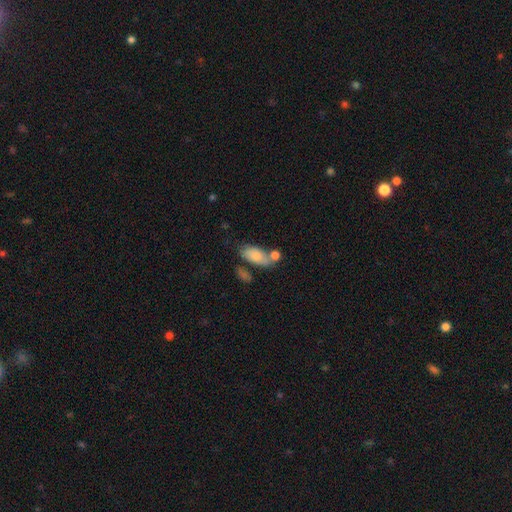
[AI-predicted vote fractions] A smooth galaxy with no disk features (78%) that is in between round and cigar-shaped (88%).

Vote fractions:
- Smooth or featured? smooth: 78% / featured or disk: 15% / star or artifact: 7%
- How rounded? in between: 88% / cigar-shaped: 7% / round: 4%
- Merging? none: 47% / merger: 28% / minor disturbance: 18% / major disturbance: 7%